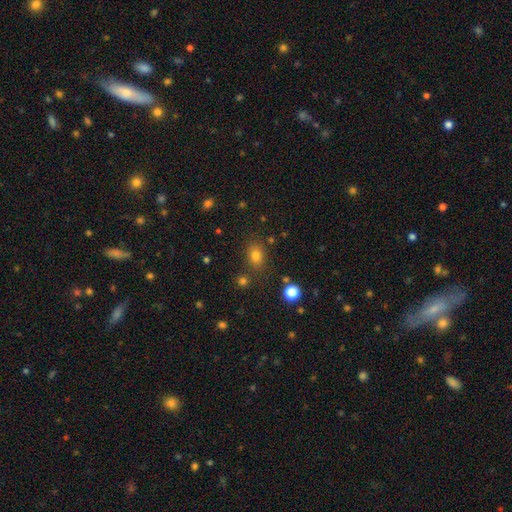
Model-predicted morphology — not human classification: Smooth or featured? smooth (77%)
How rounded? in between (61%)
Merging? none (78%)